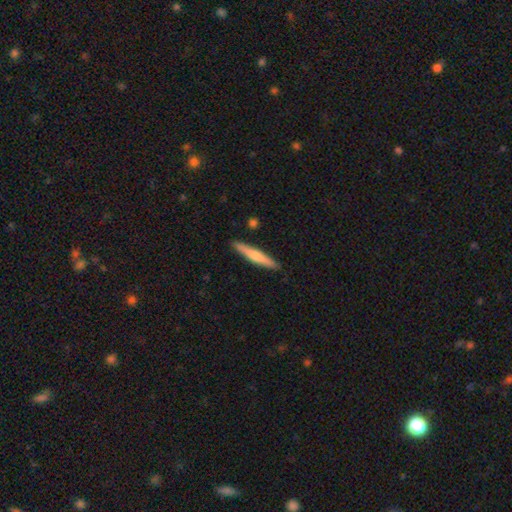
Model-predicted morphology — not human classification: A smooth galaxy with no disk features (58%) that is cigar-shaped (94%).

Vote fractions:
- Smooth or featured? smooth: 58% / featured or disk: 37% / star or artifact: 5%
- How rounded? cigar-shaped: 94% / in between: 5% / round: 1%
- Merging? none: 90% / minor disturbance: 7% / major disturbance: 1% / merger: 1%